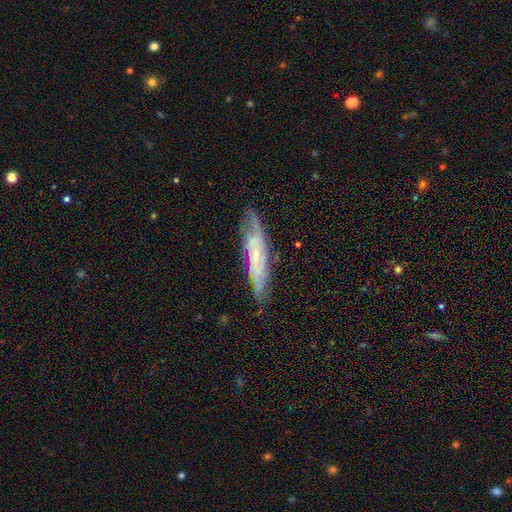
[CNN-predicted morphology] Q: Smooth or featured?
A: featured or disk (73%); runner-up: smooth (20%)
Q: Edge-on disk?
A: no (58%); runner-up: yes (42%)
Q: Merging?
A: none (74%); runner-up: minor disturbance (19%)